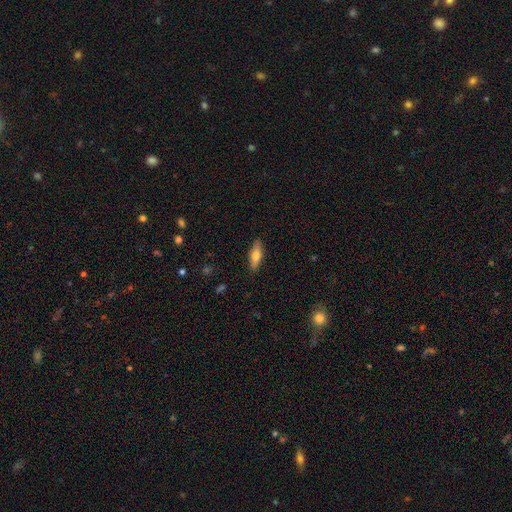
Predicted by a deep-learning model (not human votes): This appears to be a smooth galaxy with no disk features (63%) that is in between round and cigar-shaped (54%). Merging: none (88%).